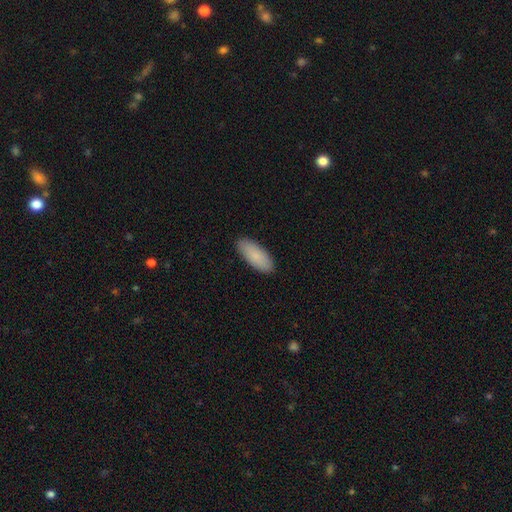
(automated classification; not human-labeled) The model was most divided on "how rounded": in between: 80%, cigar-shaped: 19%, round: 2%. More confident: merging — none (90%); smooth or featured — smooth (88%).